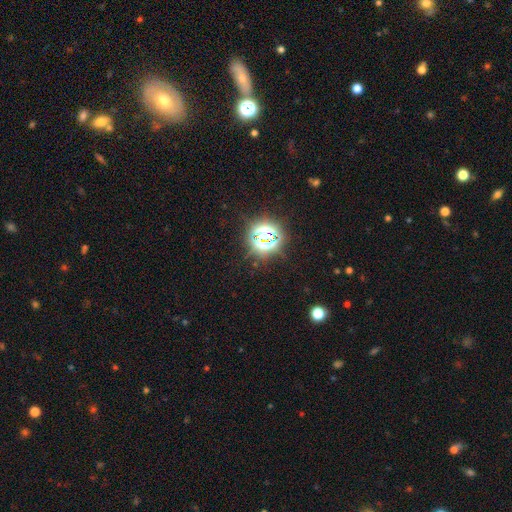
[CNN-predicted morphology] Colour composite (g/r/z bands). It shows a star or artifact, not a galaxy (74%).